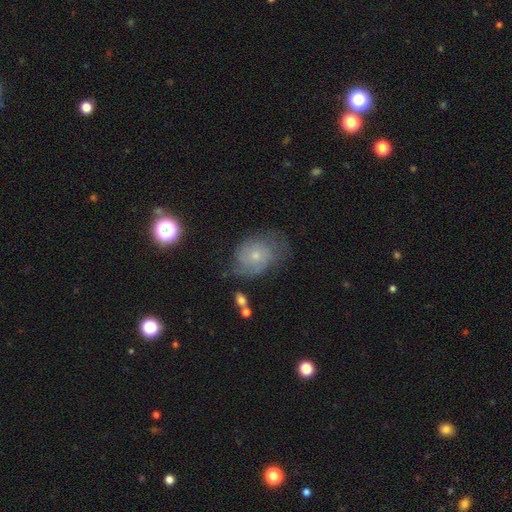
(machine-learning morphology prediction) The model was most divided on "merging": none: 54%, minor disturbance: 28%, major disturbance: 16%, merger: 2%. More confident: edge-on disk — no (97%); spiral arms — yes (83%); bar — no (81%); bulge size — small (67%); smooth or featured — featured or disk (60%).